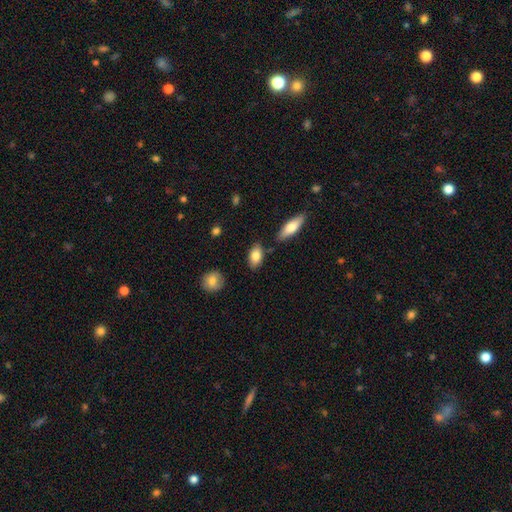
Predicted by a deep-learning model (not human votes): smooth_or_featured: smooth (p=0.82) [alt: featured or disk p=0.12]
how_rounded: in between (p=0.89) [alt: round p=0.06]
merging: none (p=0.79) [alt: minor disturbance p=0.13]